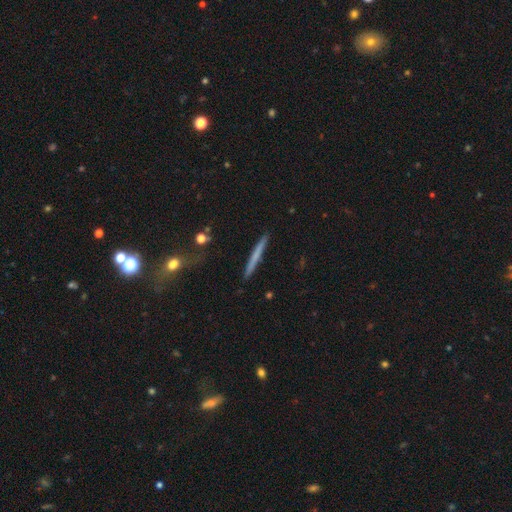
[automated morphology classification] A smooth galaxy with no disk features (52%) that is cigar-shaped (96%).

Vote fractions:
- Smooth or featured? smooth: 52% / featured or disk: 42% / star or artifact: 6%
- How rounded? cigar-shaped: 96% / in between: 2% / round: 2%
- Merging? none: 90% / minor disturbance: 7% / merger: 2% / major disturbance: 2%